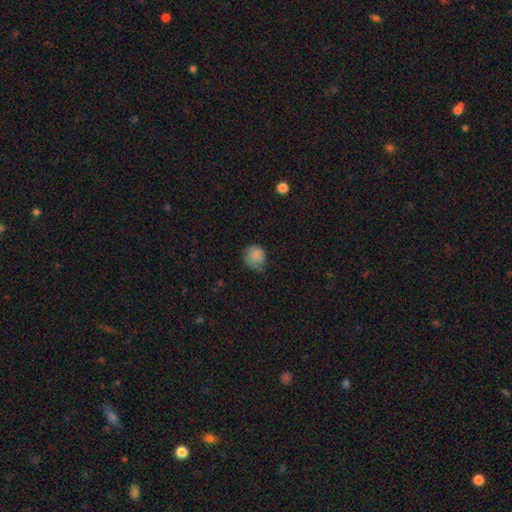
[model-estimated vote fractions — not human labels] A smooth galaxy with no disk features (80%) that is round (71%).

Vote fractions:
- Smooth or featured? smooth: 80% / featured or disk: 11% / star or artifact: 9%
- How rounded? round: 71% / in between: 28% / cigar-shaped: 1%
- Merging? none: 49% / minor disturbance: 36% / major disturbance: 13% / merger: 2%